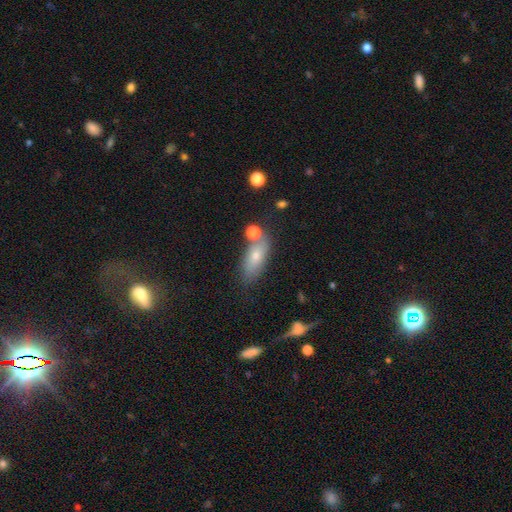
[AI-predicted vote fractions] Smooth or featured?
  - smooth: 70% *
  - featured or disk: 20%
  - star or artifact: 10%
How rounded?
  - in between: 80% *
  - cigar-shaped: 14%
  - round: 6%
Merging?
  - none: 66% *
  - minor disturbance: 17%
  - merger: 12%
  - major disturbance: 5%